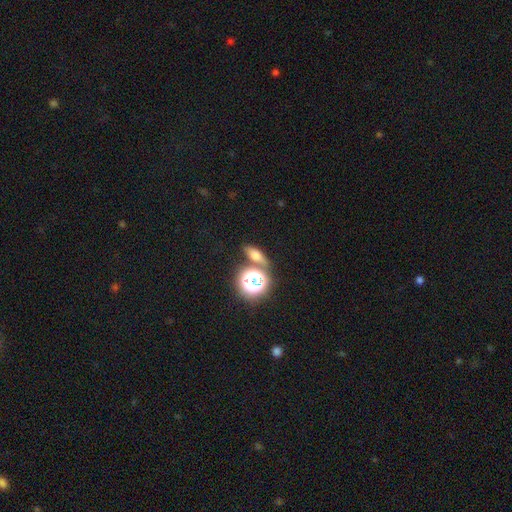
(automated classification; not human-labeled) The model was most divided on "how rounded": in between: 52%, round: 29%, cigar-shaped: 19%. More confident: merging — none (69%); smooth or featured — smooth (54%).